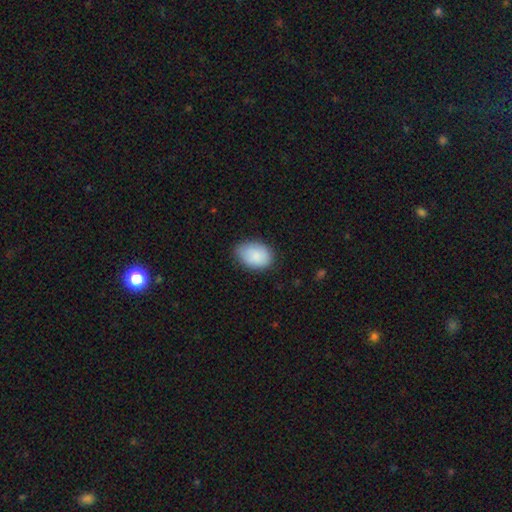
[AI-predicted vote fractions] This appears to be a smooth galaxy with no disk features (88%) that is in between round and cigar-shaped (80%). Merging: none (77%).